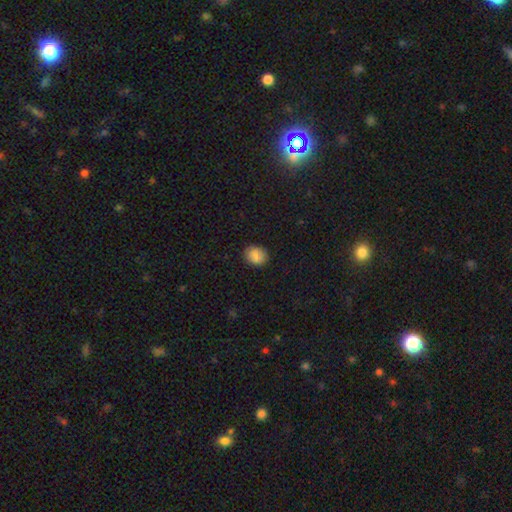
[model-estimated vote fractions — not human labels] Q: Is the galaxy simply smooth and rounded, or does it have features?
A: smooth — 86%.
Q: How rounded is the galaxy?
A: round — 59%.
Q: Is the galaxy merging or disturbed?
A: none — 87%.